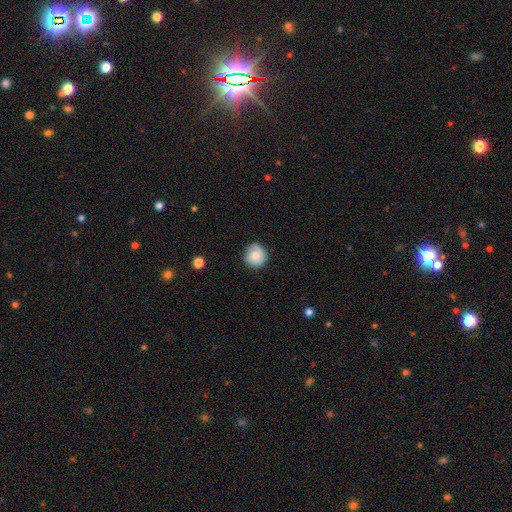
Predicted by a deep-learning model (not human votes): This appears to be a smooth galaxy with no disk features (79%) that is round (91%). Merging: none (81%).